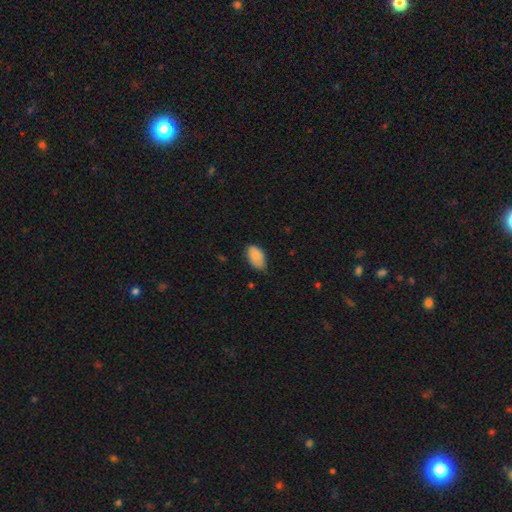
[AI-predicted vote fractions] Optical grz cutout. It shows a smooth galaxy with no disk features (86%) that is in between round and cigar-shaped (93%). Merging: none (60%).